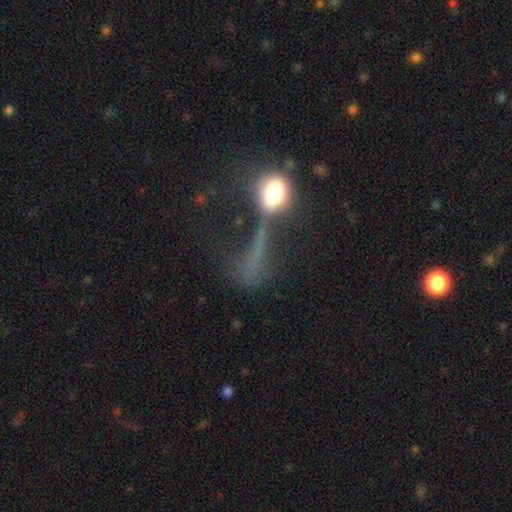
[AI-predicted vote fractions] smooth 38%, star or artifact 37%, featured or disk 25%. Down the decision tree: merging — major disturbance (37%).